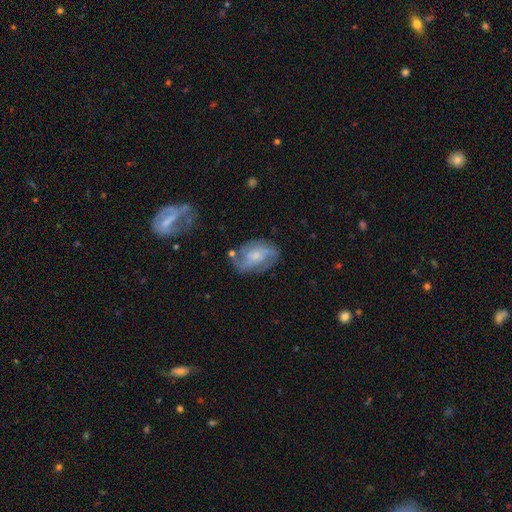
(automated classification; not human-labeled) featured or disk 68%, smooth 25%, star or artifact 7%. Down the decision tree: edge-on disk — no (96%); bar — no (62%); spiral arms — yes (84%); spiral arm count — 2 (51%); spiral winding — medium (45%); bulge size — small (52%); merging — none (61%).